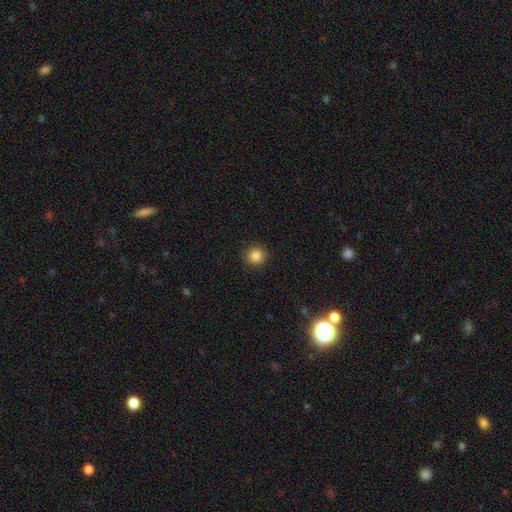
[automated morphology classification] A smooth galaxy with no disk features (86%) that is round (94%).

Vote fractions:
- Smooth or featured? smooth: 86% / star or artifact: 11% / featured or disk: 4%
- How rounded? round: 94% / in between: 5% / cigar-shaped: 1%
- Merging? none: 92% / minor disturbance: 5% / major disturbance: 2% / merger: 1%